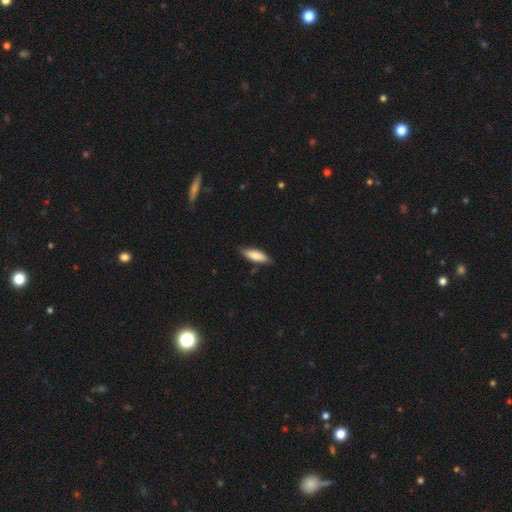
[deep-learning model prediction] Smooth or featured? Predicted: smooth (p=0.79). How rounded? Predicted: in between (p=0.56). Merging? Predicted: none (p=0.80).